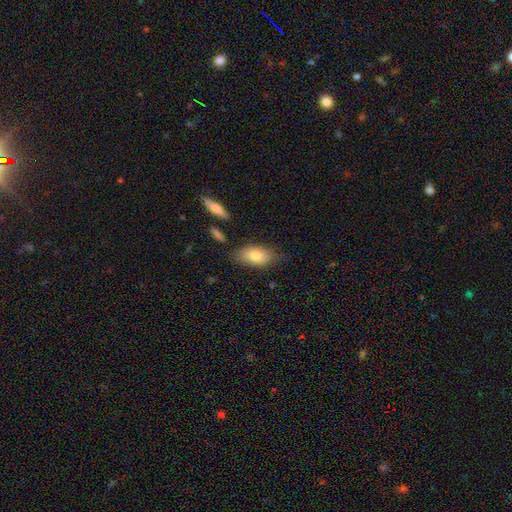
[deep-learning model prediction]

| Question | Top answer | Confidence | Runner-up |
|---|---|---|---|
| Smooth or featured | smooth | 78% | featured or disk (15%) |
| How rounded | in between | 91% | round (5%) |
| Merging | none | 73% | minor disturbance (19%) |